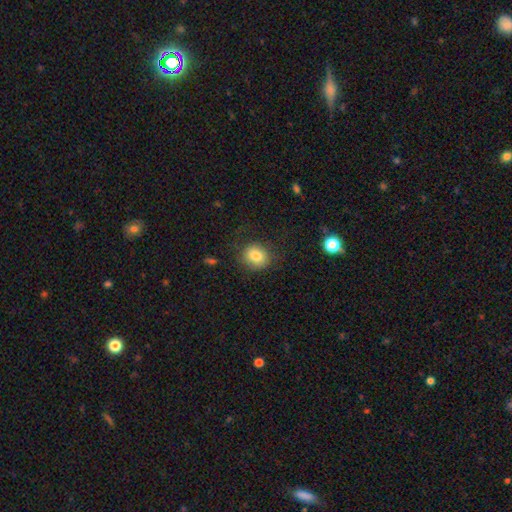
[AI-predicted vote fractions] Smooth or featured? Predicted: smooth (p=0.82). How rounded? Predicted: round (p=0.71). Merging? Predicted: none (p=0.75).